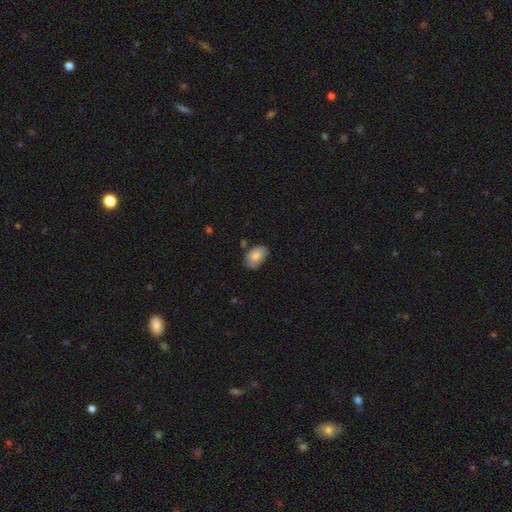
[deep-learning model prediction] A smooth galaxy with no disk features (77%) that is in between round and cigar-shaped (90%).

Vote fractions:
- Smooth or featured? smooth: 77% / featured or disk: 16% / star or artifact: 7%
- How rounded? in between: 90% / round: 9% / cigar-shaped: 1%
- Merging? none: 68% / minor disturbance: 23% / major disturbance: 4% / merger: 4%